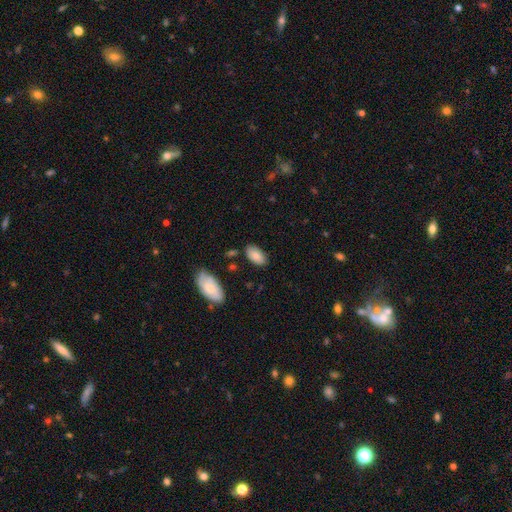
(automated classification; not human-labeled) This is clearly a smooth galaxy (82%). How rounded: clearly in between (95%). Merging: likely none (79%).